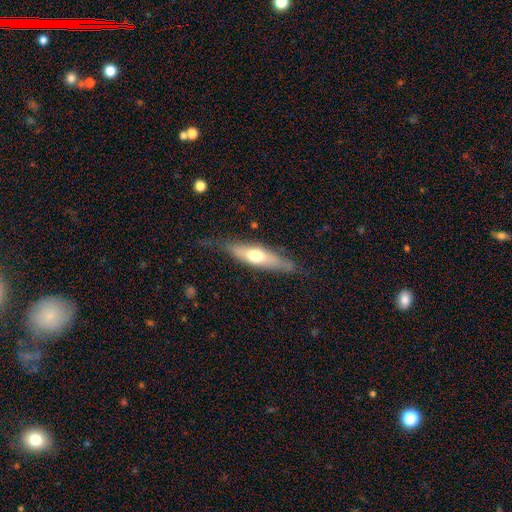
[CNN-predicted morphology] Overall: smooth (50%; featured or disk 44%). How rounded: cigar-shaped (63%; in between 34%). Merging: none (72%).